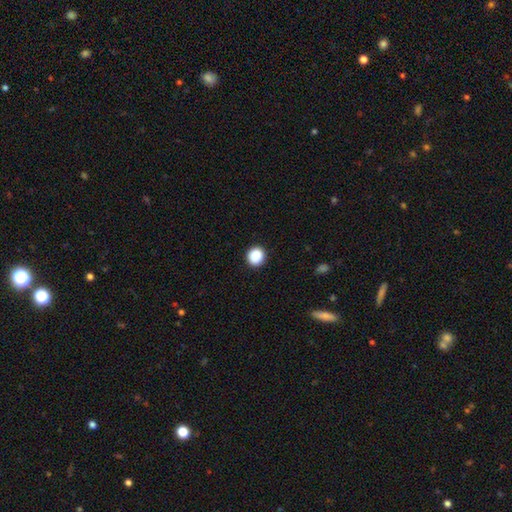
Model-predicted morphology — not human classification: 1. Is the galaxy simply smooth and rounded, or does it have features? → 88% smooth, 9% star or artifact, 3% featured or disk.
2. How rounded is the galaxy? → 93% round, 6% in between, 1% cigar-shaped.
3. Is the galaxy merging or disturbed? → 92% none, 5% minor disturbance, 2% major disturbance, 1% merger.